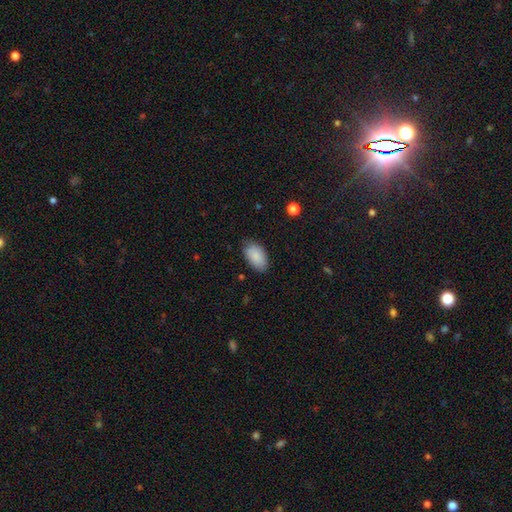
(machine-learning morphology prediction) Smooth or featured?
  - smooth: 87% *
  - featured or disk: 7%
  - star or artifact: 6%
How rounded?
  - in between: 94% *
  - round: 5%
  - cigar-shaped: 1%
Merging?
  - none: 77% *
  - minor disturbance: 18%
  - major disturbance: 3%
  - merger: 1%